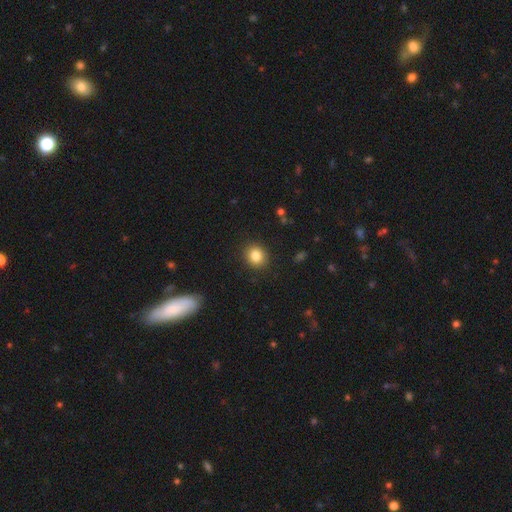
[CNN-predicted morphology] Smooth or featured?
  - smooth: 84% *
  - star or artifact: 10%
  - featured or disk: 6%
How rounded?
  - round: 77% *
  - in between: 22%
  - cigar-shaped: 1%
Merging?
  - none: 90% *
  - minor disturbance: 7%
  - major disturbance: 2%
  - merger: 1%